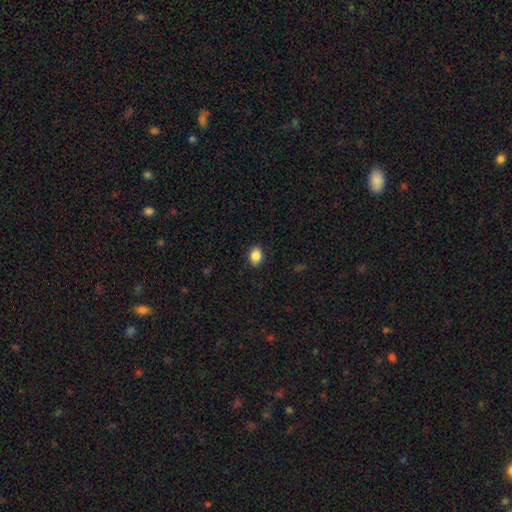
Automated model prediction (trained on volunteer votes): This appears to be a smooth galaxy with no disk features (87%) that is in between round and cigar-shaped (60%). Merging: none (88%).